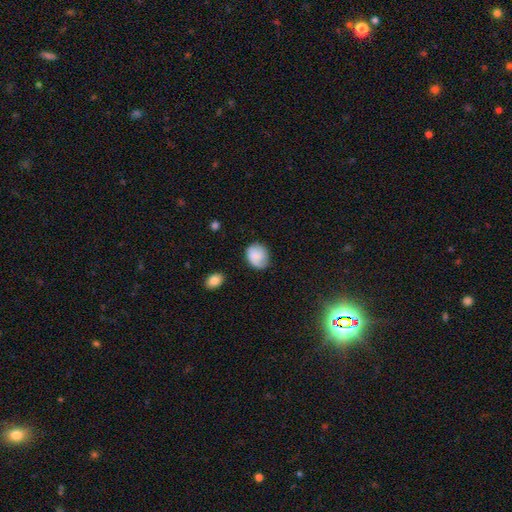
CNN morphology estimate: Overall: smooth (75%). How rounded: round (60%; in between 39%). Merging: none (66%).